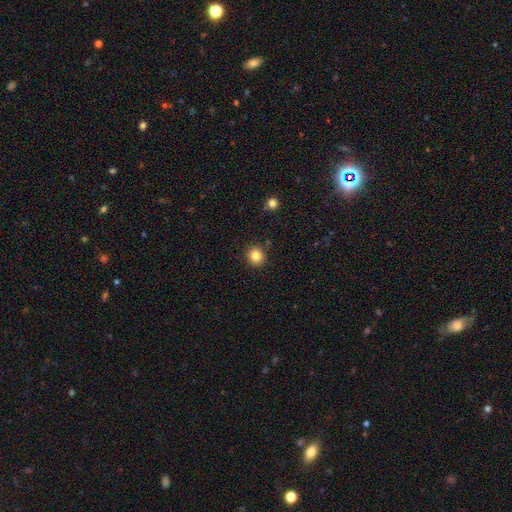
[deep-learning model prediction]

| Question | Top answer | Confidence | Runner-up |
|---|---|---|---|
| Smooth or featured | smooth | 83% | star or artifact (11%) |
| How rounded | round | 90% | in between (9%) |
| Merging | none | 90% | minor disturbance (6%) |